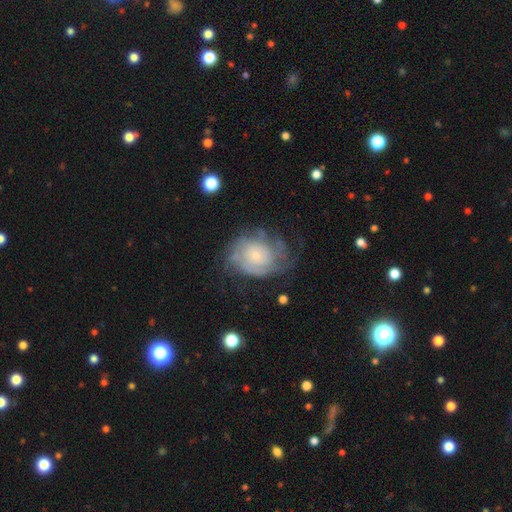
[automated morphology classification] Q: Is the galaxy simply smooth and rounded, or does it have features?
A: featured or disk — 74%.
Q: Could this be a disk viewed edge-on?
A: no — 97%.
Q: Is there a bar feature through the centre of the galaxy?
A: no — 80%.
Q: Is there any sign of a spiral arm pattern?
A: yes — 85%.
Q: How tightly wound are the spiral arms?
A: tight — 62%.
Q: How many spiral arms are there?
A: can't tell — 50%.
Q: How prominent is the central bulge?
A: small — 73%.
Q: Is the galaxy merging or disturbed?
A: none — 57%.